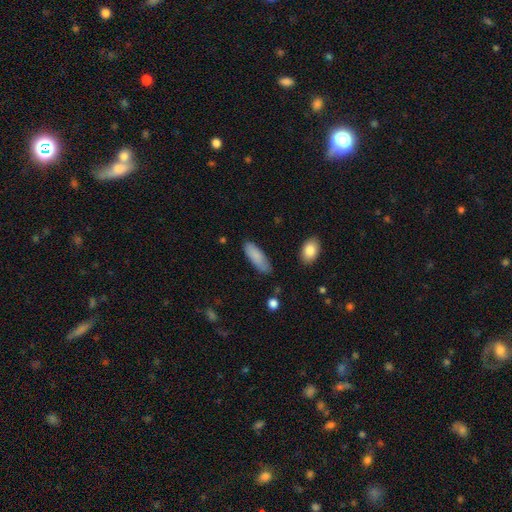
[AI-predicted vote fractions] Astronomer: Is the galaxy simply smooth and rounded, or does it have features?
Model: smooth — 86%.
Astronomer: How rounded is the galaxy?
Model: in between — 62% (runner-up: cigar-shaped, 37%).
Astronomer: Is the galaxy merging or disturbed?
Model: none — 79%.